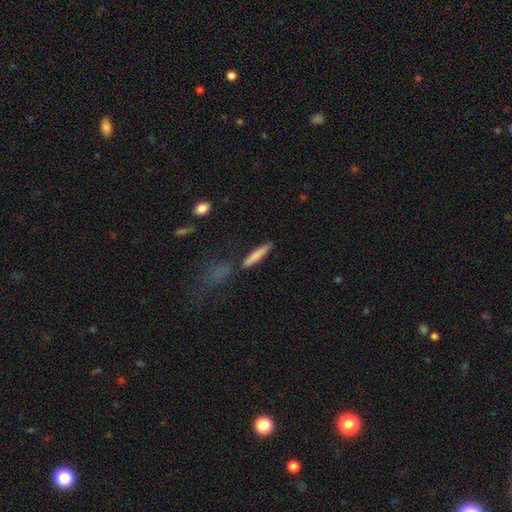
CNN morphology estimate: This is clearly a smooth galaxy (80%). How rounded: clearly cigar-shaped (89%). Merging: clearly none (82%).